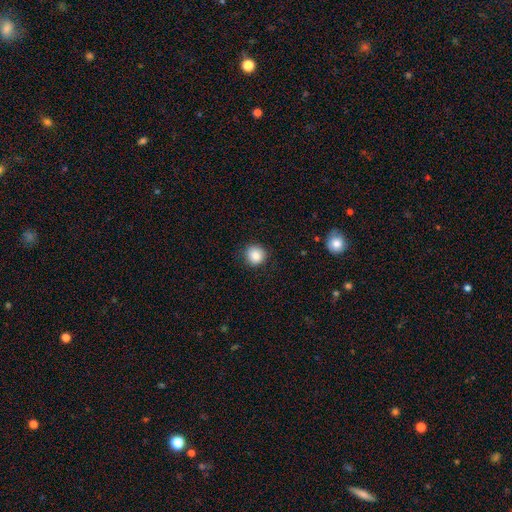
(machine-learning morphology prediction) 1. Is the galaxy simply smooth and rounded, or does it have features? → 86% smooth, 9% star or artifact, 5% featured or disk.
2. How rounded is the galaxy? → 92% round, 7% in between, 1% cigar-shaped.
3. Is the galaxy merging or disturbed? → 88% none, 9% minor disturbance, 2% major disturbance, 1% merger.